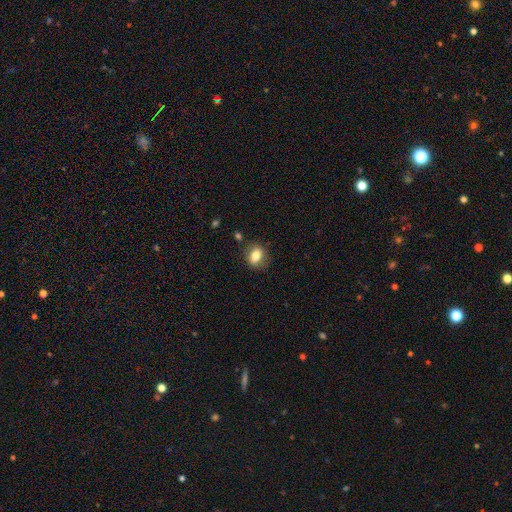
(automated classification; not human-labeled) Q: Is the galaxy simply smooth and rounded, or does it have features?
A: smooth — 79%.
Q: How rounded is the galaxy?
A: in between — 64%.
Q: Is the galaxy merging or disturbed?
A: none — 79%.